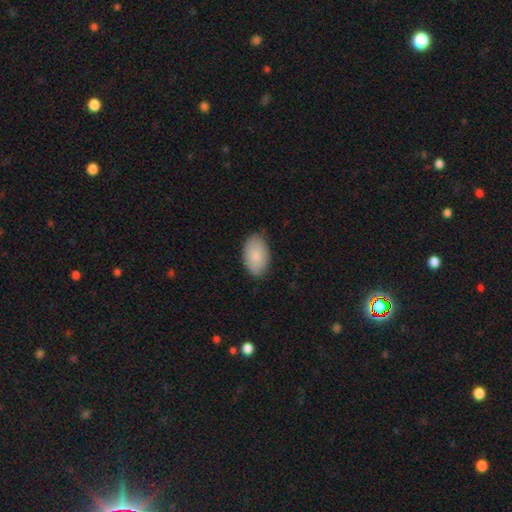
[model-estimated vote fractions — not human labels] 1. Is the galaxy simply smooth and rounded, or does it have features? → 86% smooth, 8% featured or disk, 6% star or artifact.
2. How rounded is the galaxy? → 94% in between, 5% round, 1% cigar-shaped.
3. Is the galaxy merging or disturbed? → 83% none, 14% minor disturbance, 2% major disturbance, 1% merger.